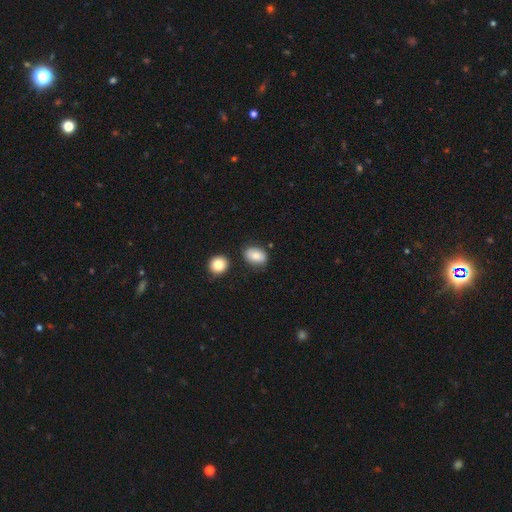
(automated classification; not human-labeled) This is clearly a smooth galaxy (80%). How rounded: likely in between (78%). Merging: likely none (77%).